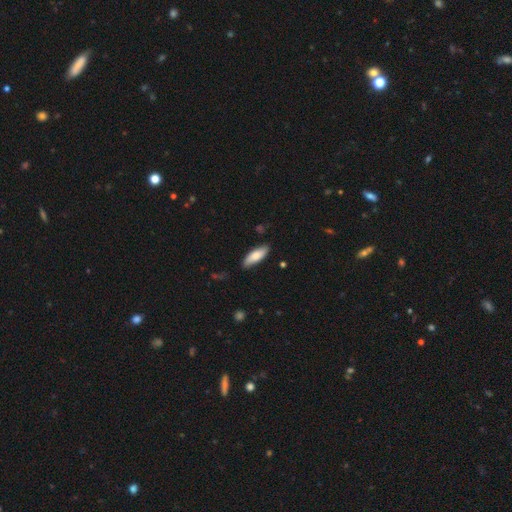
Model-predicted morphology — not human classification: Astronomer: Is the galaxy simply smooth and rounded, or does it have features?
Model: smooth — 78%.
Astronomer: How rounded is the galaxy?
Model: in between — 62%.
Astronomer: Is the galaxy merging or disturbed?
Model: none — 80%.